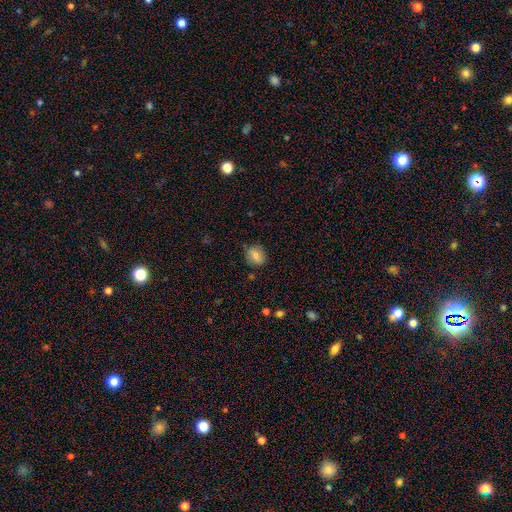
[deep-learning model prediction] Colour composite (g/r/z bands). It shows a smooth galaxy with no disk features (79%) that is round (54%). Merging: none (79%).